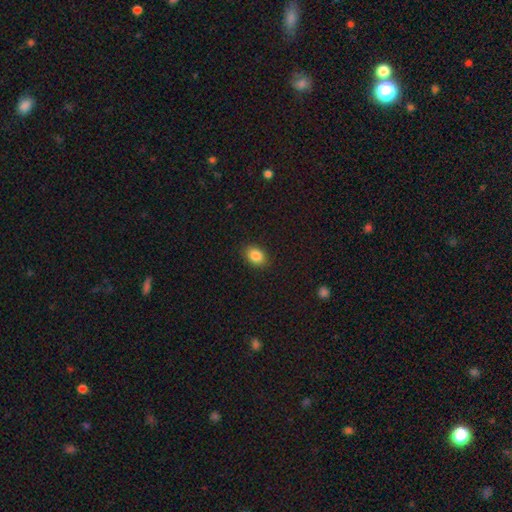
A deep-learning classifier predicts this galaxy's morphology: smooth 86%, star or artifact 9%, featured or disk 5%. Down the decision tree: how rounded — in between (76%); merging — none (87%).